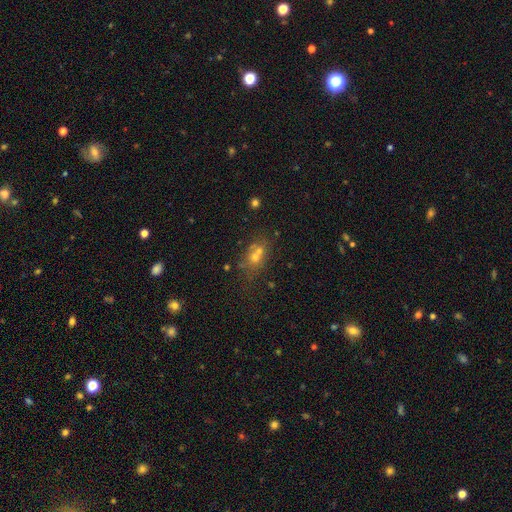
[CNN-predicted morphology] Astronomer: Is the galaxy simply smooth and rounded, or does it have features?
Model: smooth — 52% (runner-up: star or artifact, 29%).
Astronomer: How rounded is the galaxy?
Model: round — 56% (runner-up: in between, 40%).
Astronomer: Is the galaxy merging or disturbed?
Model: none — 44% (runner-up: merger, 38%).